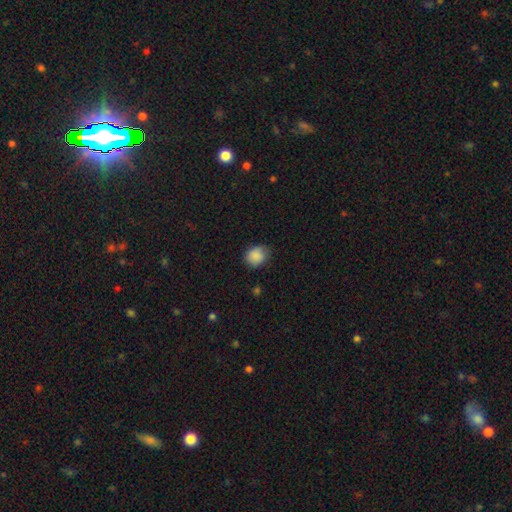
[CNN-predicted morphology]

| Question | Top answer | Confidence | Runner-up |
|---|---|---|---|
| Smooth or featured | smooth | 87% | star or artifact (8%) |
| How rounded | round | 62% | in between (37%) |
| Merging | none | 75% | minor disturbance (20%) |